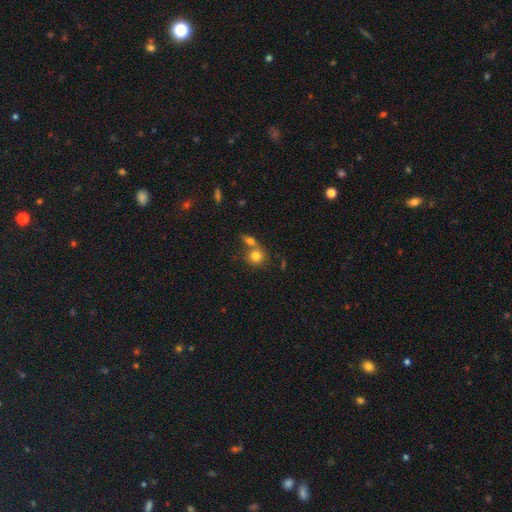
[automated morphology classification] smooth 80%, featured or disk 11%, star or artifact 10%. Down the decision tree: how rounded — round (81%); merging — merger (45%).